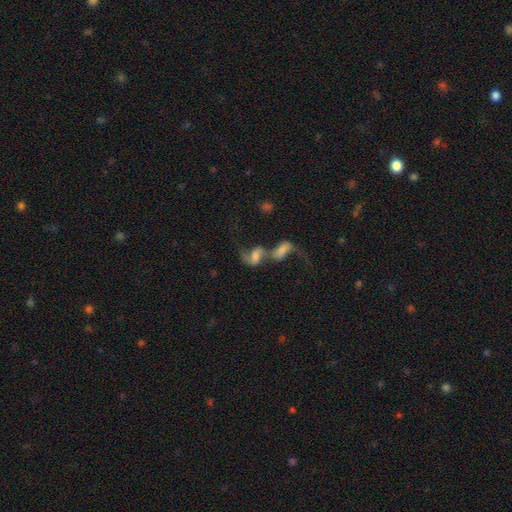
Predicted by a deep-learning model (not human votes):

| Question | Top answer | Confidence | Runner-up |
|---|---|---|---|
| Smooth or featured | featured or disk | 47% | smooth (40%) |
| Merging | merger | 76% | major disturbance (11%) |